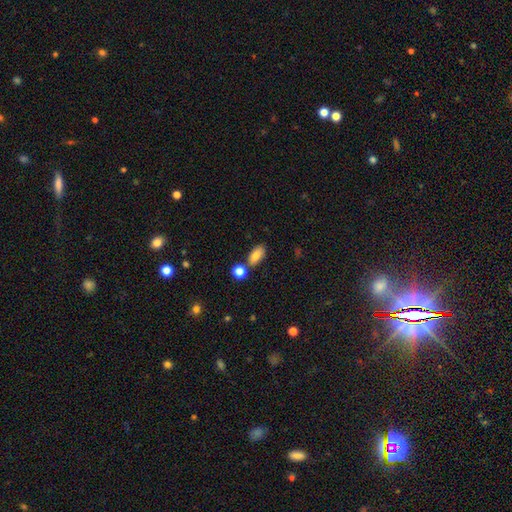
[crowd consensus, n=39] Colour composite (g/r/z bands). It shows a smooth galaxy with no disk features (85%) that is in between round and cigar-shaped (88%). Merging: none (81%).